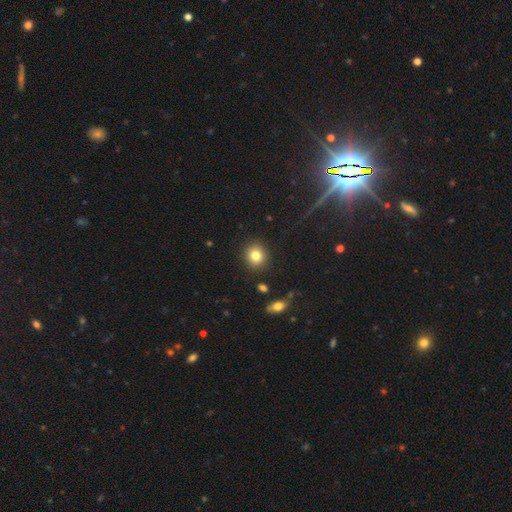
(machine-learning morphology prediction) This is clearly a smooth galaxy (82%). How rounded: likely round (80%). Merging: clearly none (89%).